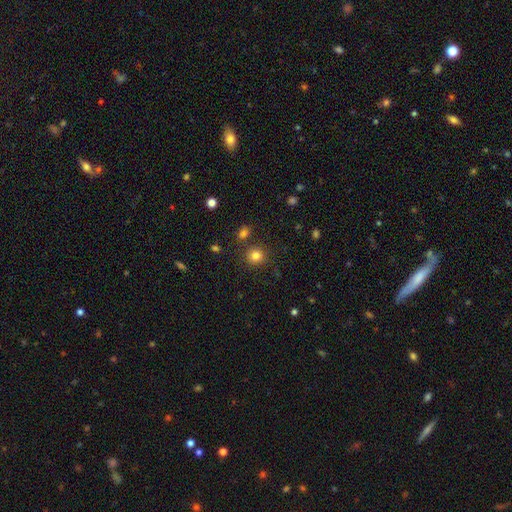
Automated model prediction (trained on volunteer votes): A smooth galaxy with no disk features (82%) that is round (89%). Merging: none (84%).